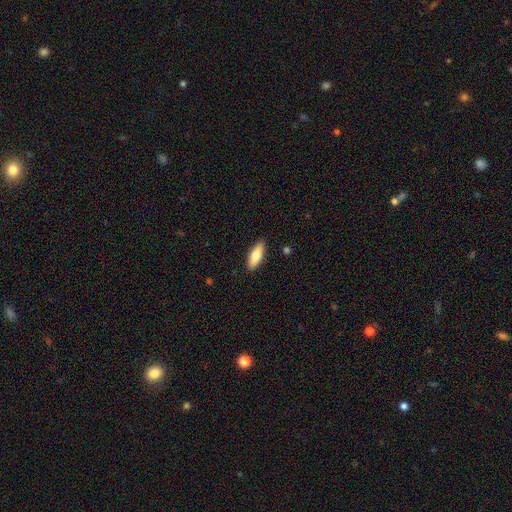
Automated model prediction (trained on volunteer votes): Smooth or featured?
  - smooth: 79% *
  - featured or disk: 15%
  - star or artifact: 6%
How rounded?
  - in between: 65% *
  - cigar-shaped: 33%
  - round: 2%
Merging?
  - none: 89% *
  - minor disturbance: 8%
  - major disturbance: 2%
  - merger: 1%